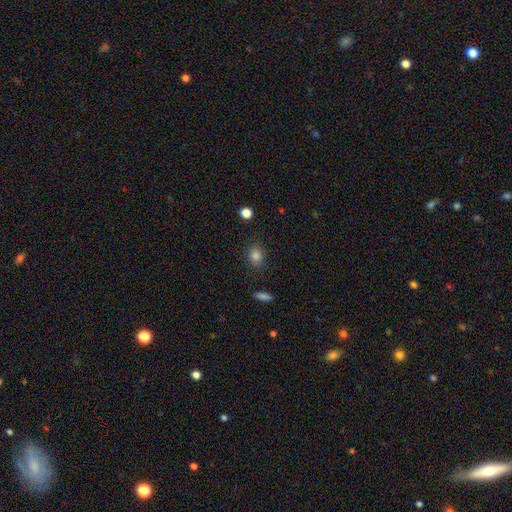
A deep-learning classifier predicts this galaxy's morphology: smooth-or-featured: smooth: 82% | star or artifact: 13% | featured or disk: 5%
  how-rounded: round: 53% | in between: 46% | cigar-shaped: 1%
  merging: none: 83% | minor disturbance: 12% | major disturbance: 3% | merger: 2%